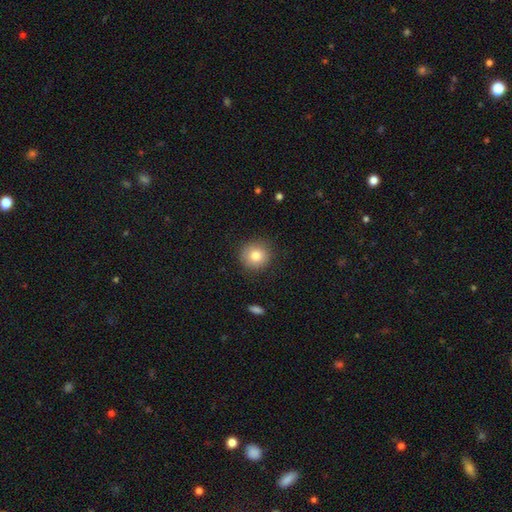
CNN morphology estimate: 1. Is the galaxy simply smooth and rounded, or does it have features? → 81% smooth, 10% star or artifact, 9% featured or disk.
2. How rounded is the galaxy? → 92% round, 7% in between, 1% cigar-shaped.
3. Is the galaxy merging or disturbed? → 88% none, 9% minor disturbance, 2% major disturbance, 1% merger.